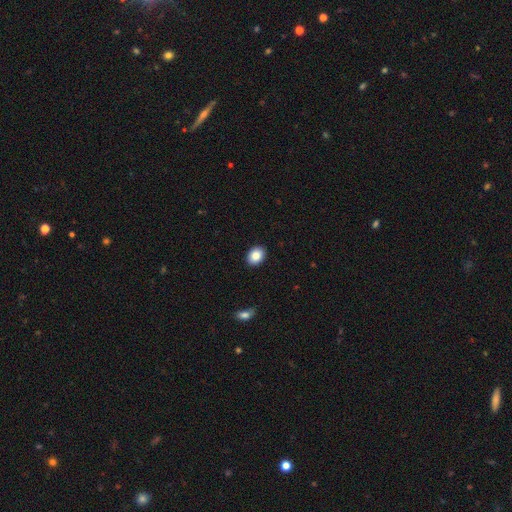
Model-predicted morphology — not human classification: Smooth or featured?
  - smooth: 86% *
  - star or artifact: 8%
  - featured or disk: 6%
How rounded?
  - in between: 64% *
  - round: 35%
  - cigar-shaped: 1%
Merging?
  - none: 91% *
  - minor disturbance: 6%
  - major disturbance: 2%
  - merger: 1%